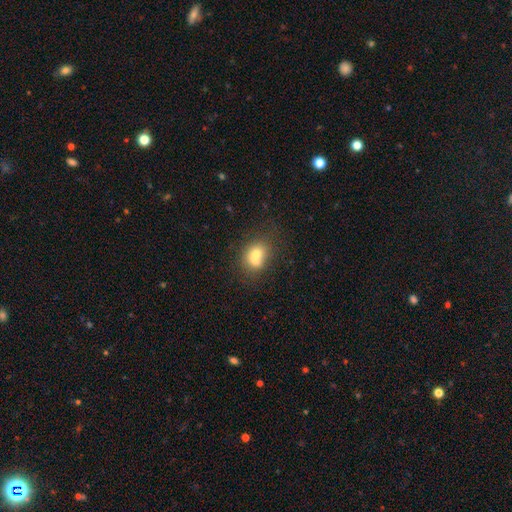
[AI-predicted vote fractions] smooth_or_featured: smooth (p=0.67) [alt: featured or disk p=0.22]
how_rounded: round (p=0.59) [alt: in between p=0.40]
merging: merger (p=0.52) [alt: none p=0.34]